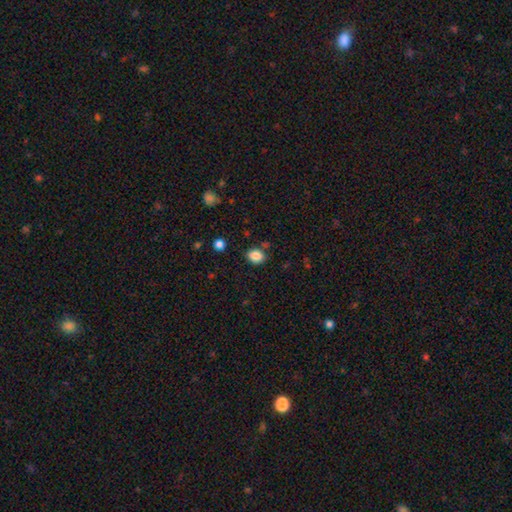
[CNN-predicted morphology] smooth 85%, star or artifact 10%, featured or disk 5%. Down the decision tree: how rounded — in between (56%); merging — none (78%).